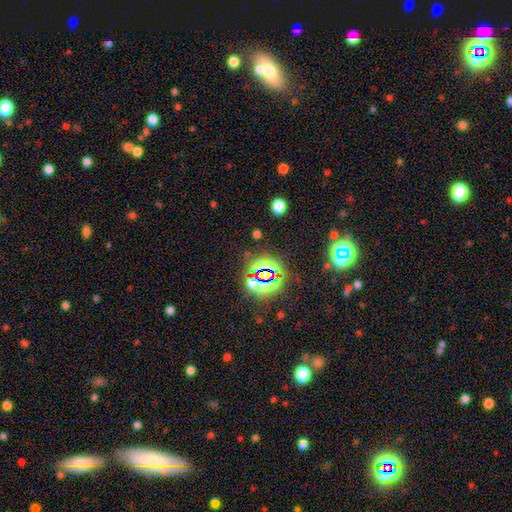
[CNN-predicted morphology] A star or artifact, not a galaxy (80%).